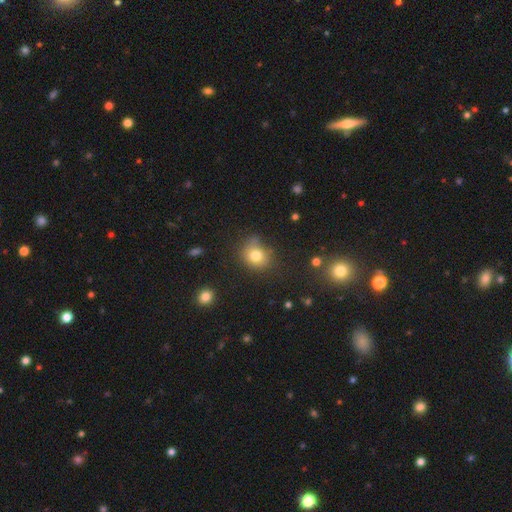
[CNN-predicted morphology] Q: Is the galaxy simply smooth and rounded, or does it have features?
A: smooth — 79%.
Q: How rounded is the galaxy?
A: round — 66%.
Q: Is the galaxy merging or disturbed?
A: none — 65%.